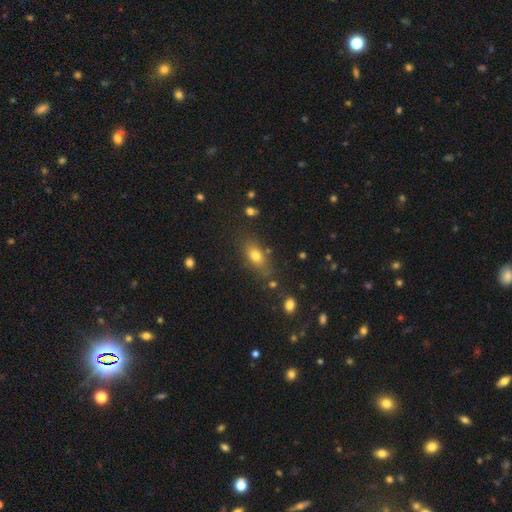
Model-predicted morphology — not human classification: smooth_or_featured: smooth (p=0.73) [alt: featured or disk p=0.15]
how_rounded: in between (p=0.76) [alt: round p=0.13]
merging: none (p=0.70) [alt: minor disturbance p=0.18]